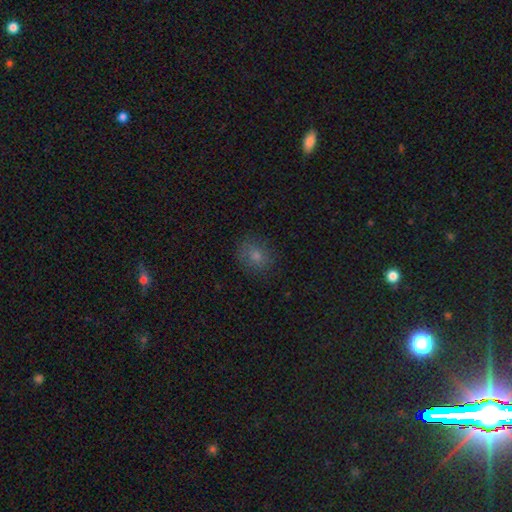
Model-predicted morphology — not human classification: smooth_or_featured: smooth (p=0.77) [alt: star or artifact p=0.14]
how_rounded: round (p=0.65) [alt: in between p=0.34]
merging: none (p=0.79) [alt: minor disturbance p=0.15]